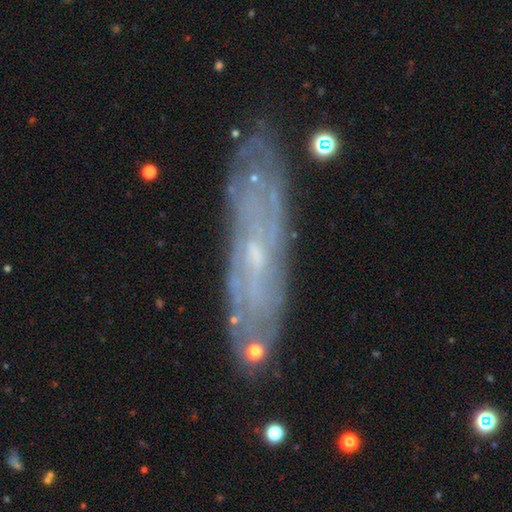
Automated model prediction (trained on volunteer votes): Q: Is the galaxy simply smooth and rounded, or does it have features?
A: featured or disk — 75%.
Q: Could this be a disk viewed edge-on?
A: no — 69%.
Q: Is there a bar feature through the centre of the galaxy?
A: no — 57%.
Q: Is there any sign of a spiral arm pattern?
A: yes — 77%.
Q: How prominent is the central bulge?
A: small — 76%.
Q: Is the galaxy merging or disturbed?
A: none — 81%.